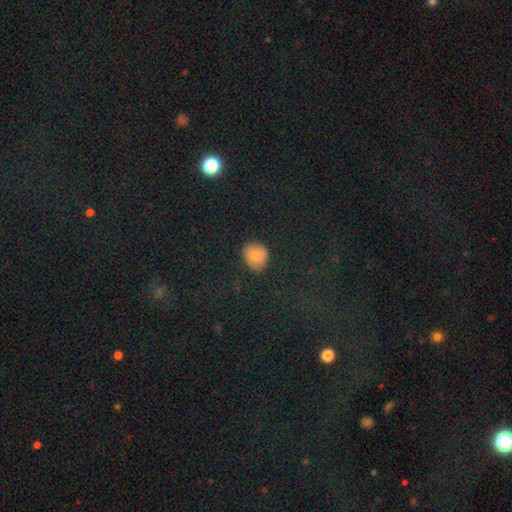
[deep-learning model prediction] Smooth or featured?
  - smooth: 75% *
  - star or artifact: 16%
  - featured or disk: 9%
How rounded?
  - round: 74% *
  - in between: 24%
  - cigar-shaped: 1%
Merging?
  - none: 81% *
  - minor disturbance: 14%
  - major disturbance: 3%
  - merger: 1%